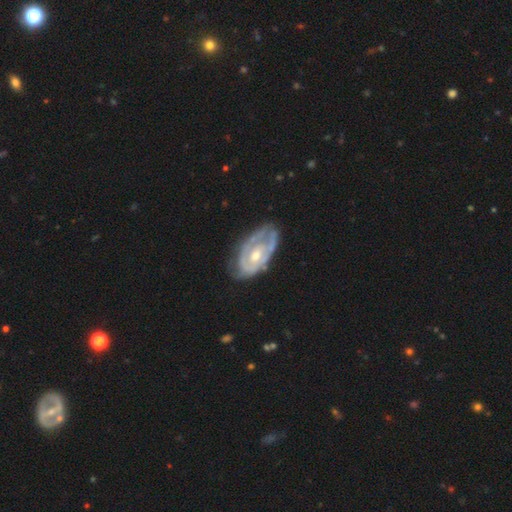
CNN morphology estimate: This is likely a featured or disk galaxy (78%). It is clearly not viewed edge-on (94%). Bar: likely no (69%). Spiral arm pattern: likely yes (79%). Spiral arm count: marginally can't tell (41%). Spiral winding: likely tight (61%). Central bulge: possibly moderate (59%). Merging: possibly none (56%).